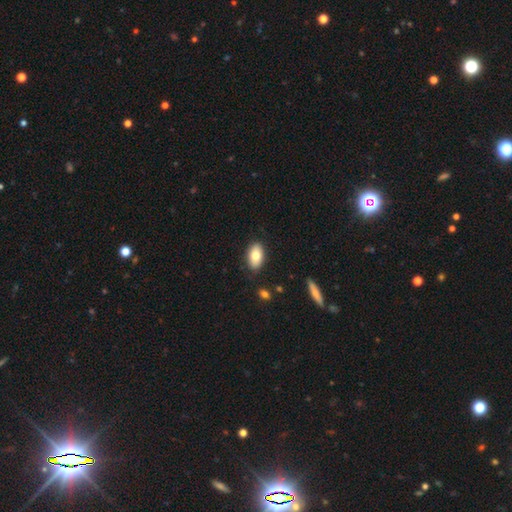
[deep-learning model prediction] A smooth galaxy with no disk features (78%) that is in between round and cigar-shaped (92%).

Vote fractions:
- Smooth or featured? smooth: 78% / featured or disk: 15% / star or artifact: 7%
- How rounded? in between: 92% / round: 5% / cigar-shaped: 2%
- Merging? none: 85% / minor disturbance: 11% / major disturbance: 2% / merger: 2%